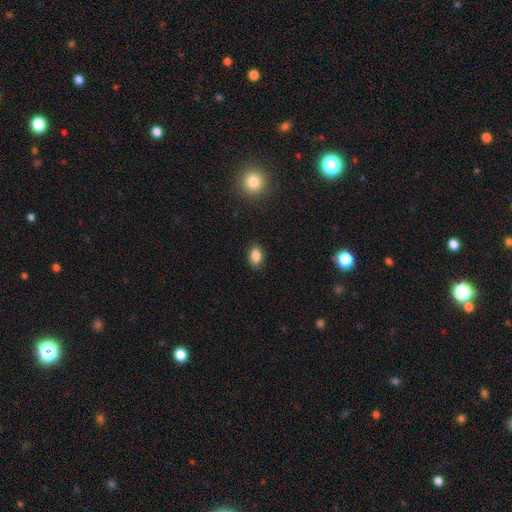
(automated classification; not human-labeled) Morphology: type=smooth (85%); roundness=in between (84%); merging=none (88%).